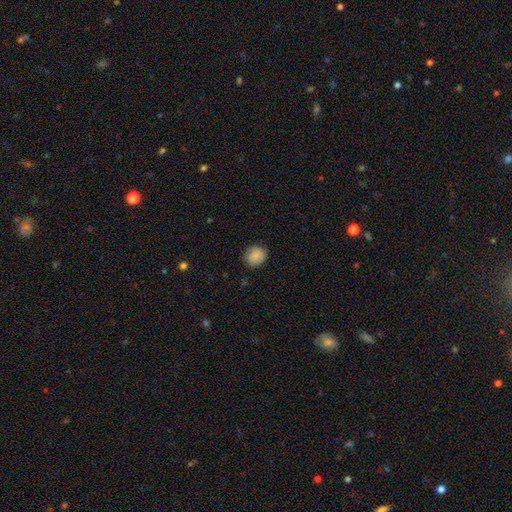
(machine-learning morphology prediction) type=smooth (82%); roundness=round (78%); merging=none (78%).